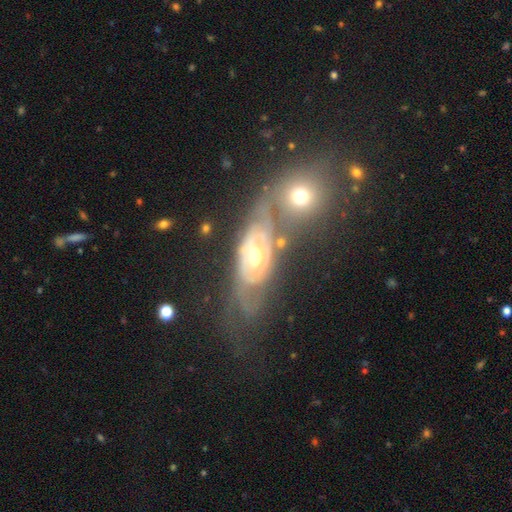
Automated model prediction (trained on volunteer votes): smooth-or-featured: featured or disk: 78% | smooth: 14% | star or artifact: 8%
  disk-edge-on: no: 89% | yes: 11%
    bar: no: 72% | weak: 20% | strong: 8%
    has-spiral-arms: yes: 72% | no: 28%
    bulge-size: moderate: 68% | small: 20% | large: 8% | dominant: 1% | none: 1%
  merging: none: 41% | merger: 26% | minor disturbance: 18% | major disturbance: 15%